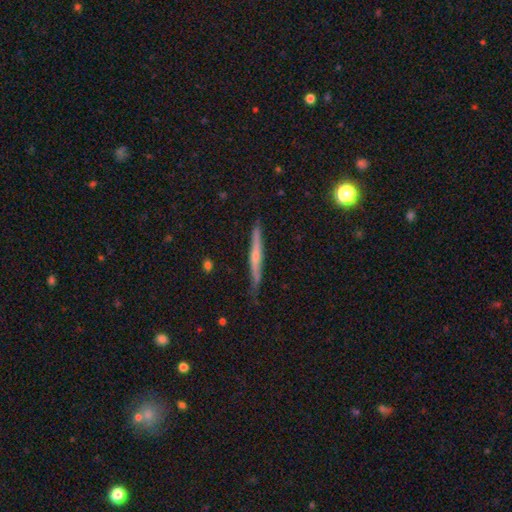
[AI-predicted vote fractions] smooth-or-featured: featured or disk: 60% | smooth: 33% | star or artifact: 7%
  disk-edge-on: yes: 96% | no: 4%
    edge-on-bulge: rounded: 56% | none: 38% | boxy: 6%
  merging: none: 81% | minor disturbance: 15% | major disturbance: 2% | merger: 2%